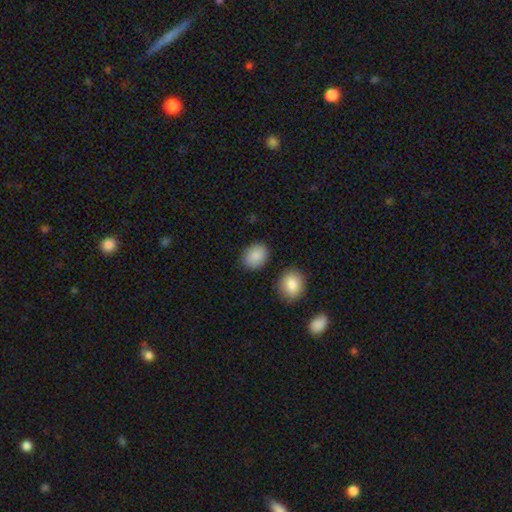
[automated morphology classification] Smooth or featured?
  - smooth: 89% *
  - star or artifact: 7%
  - featured or disk: 4%
How rounded?
  - in between: 57% *
  - round: 42%
  - cigar-shaped: 1%
Merging?
  - none: 84% *
  - minor disturbance: 10%
  - merger: 3%
  - major disturbance: 3%